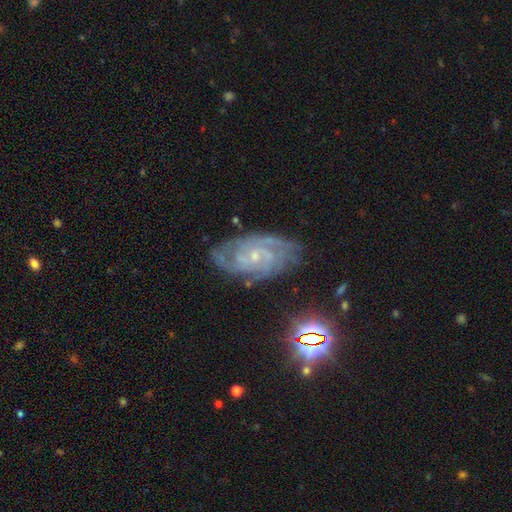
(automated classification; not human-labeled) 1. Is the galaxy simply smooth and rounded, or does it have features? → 85% featured or disk, 9% star or artifact, 7% smooth.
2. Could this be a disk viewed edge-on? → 96% no, 4% yes.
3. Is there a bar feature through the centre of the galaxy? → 65% no, 29% weak, 6% strong.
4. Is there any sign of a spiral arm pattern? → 97% yes, 3% no.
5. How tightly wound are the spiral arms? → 63% tight, 31% medium, 5% loose.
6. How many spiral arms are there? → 34% 2, 23% can't tell, 21% 3, 11% 4, 6% more than 4, 5% 1.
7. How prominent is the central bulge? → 79% small, 15% moderate, 4% none, 1% large, 1% dominant.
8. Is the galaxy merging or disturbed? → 73% none, 19% minor disturbance, 6% major disturbance, 2% merger.